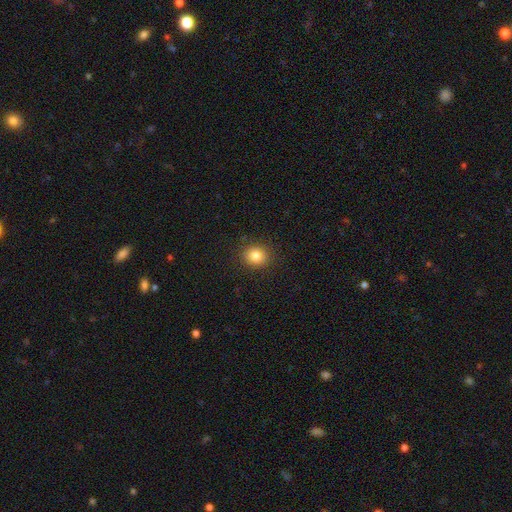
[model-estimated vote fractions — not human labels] This is clearly a smooth galaxy (84%). How rounded: likely round (76%). Merging: clearly none (90%).